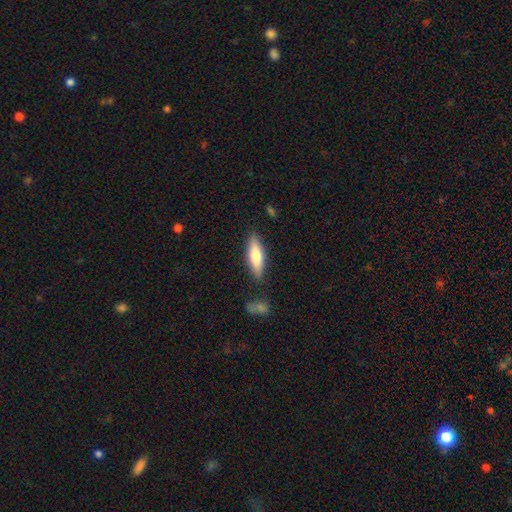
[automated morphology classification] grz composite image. It shows a smooth galaxy with no disk features (74%) that is cigar-shaped (53%). Merging: none (82%).